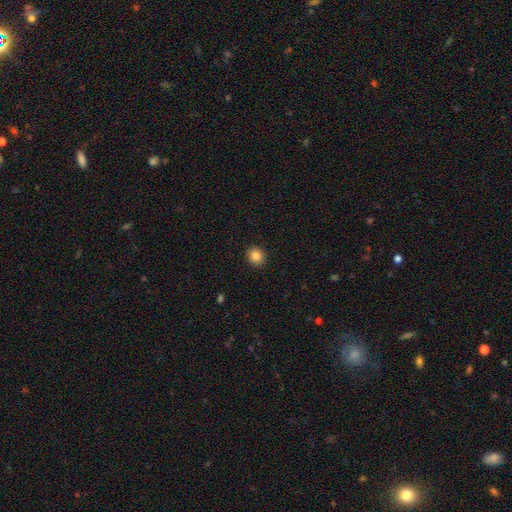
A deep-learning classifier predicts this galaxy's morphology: This is clearly a smooth galaxy (86%). How rounded: clearly round (82%). Merging: clearly none (92%).